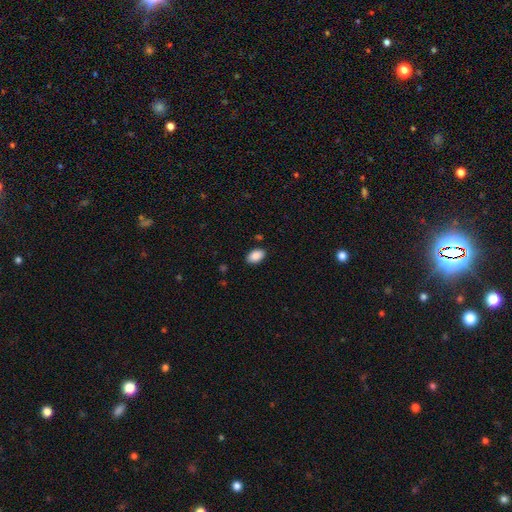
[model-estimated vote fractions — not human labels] A smooth galaxy with no disk features (89%) that is in between round and cigar-shaped (91%). Merging: none (87%).